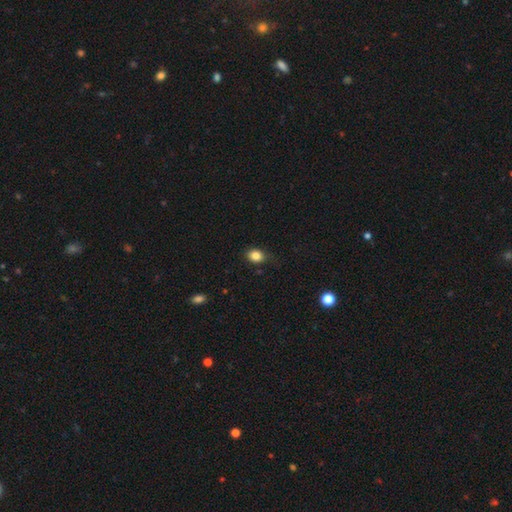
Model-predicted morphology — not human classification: A smooth galaxy with no disk features (84%) that is round (50%).

Vote fractions:
- Smooth or featured? smooth: 84% / star or artifact: 10% / featured or disk: 6%
- How rounded? round: 50% / in between: 49% / cigar-shaped: 1%
- Merging? none: 74% / minor disturbance: 20% / major disturbance: 4% / merger: 1%